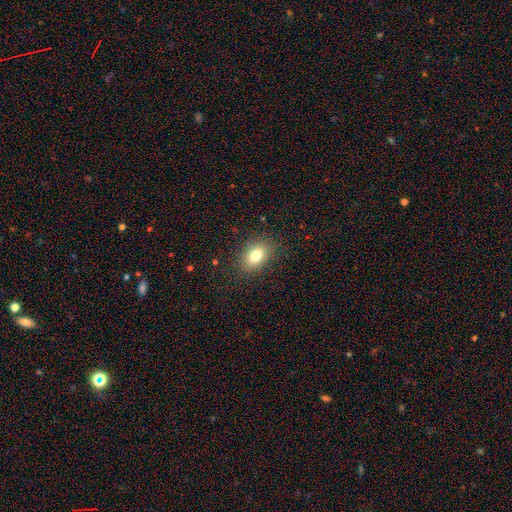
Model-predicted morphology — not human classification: This appears to be a smooth galaxy with no disk features (78%) that is in between round and cigar-shaped (75%). Merging: none (86%).